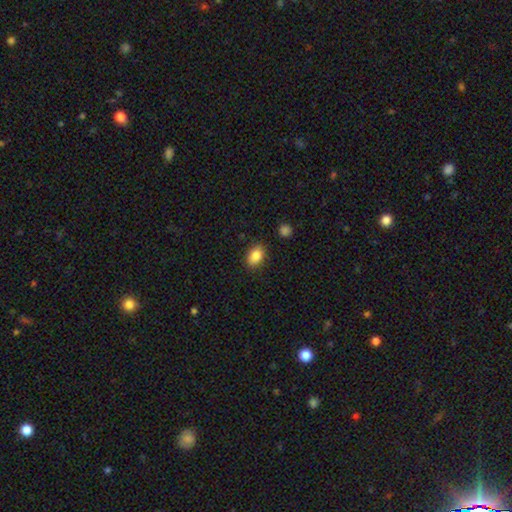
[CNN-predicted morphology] This is clearly a smooth galaxy (86%). How rounded: clearly in between (82%). Merging: clearly none (86%).